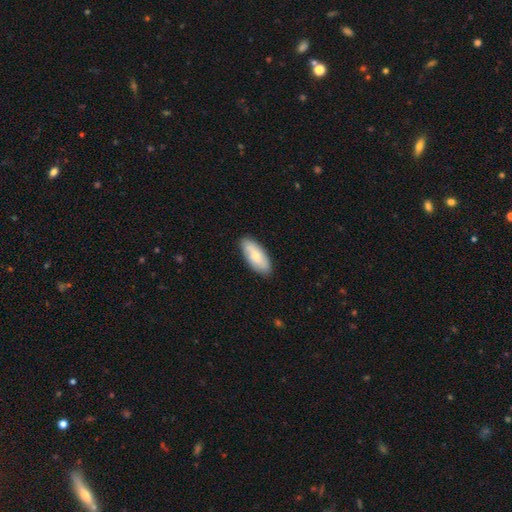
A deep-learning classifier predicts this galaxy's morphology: Overall: smooth (67%). How rounded: in between (83%). Merging: none (85%).